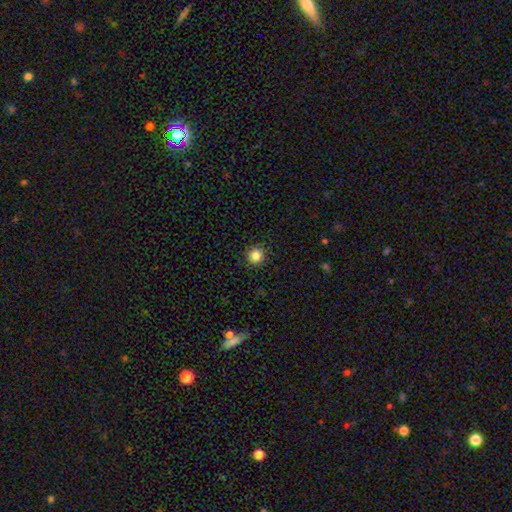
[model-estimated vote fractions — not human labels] Smooth or featured: smooth — 85% (star or artifact — 11%)
How rounded: round — 95% (in between — 4%)
Merging: none — 92% (minor disturbance — 5%)